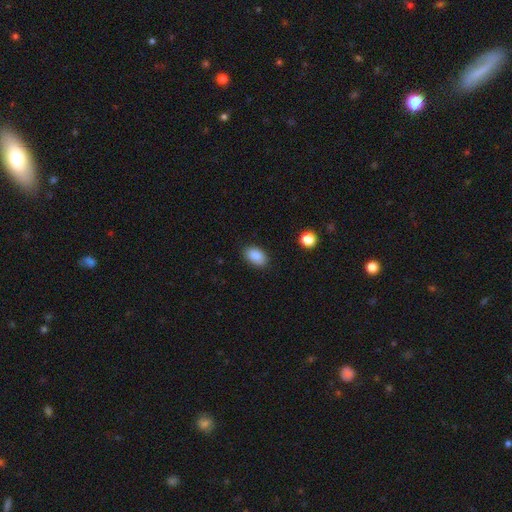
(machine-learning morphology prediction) Smooth or featured? smooth (88%)
How rounded? in between (90%)
Merging? none (85%)